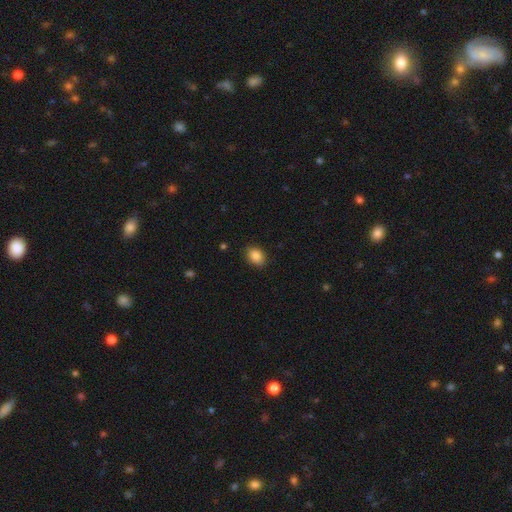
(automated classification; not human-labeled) smooth-or-featured: smooth: 88% | star or artifact: 8% | featured or disk: 4%
  how-rounded: in between: 70% | round: 29% | cigar-shaped: 1%
  merging: none: 86% | minor disturbance: 10% | major disturbance: 2% | merger: 1%